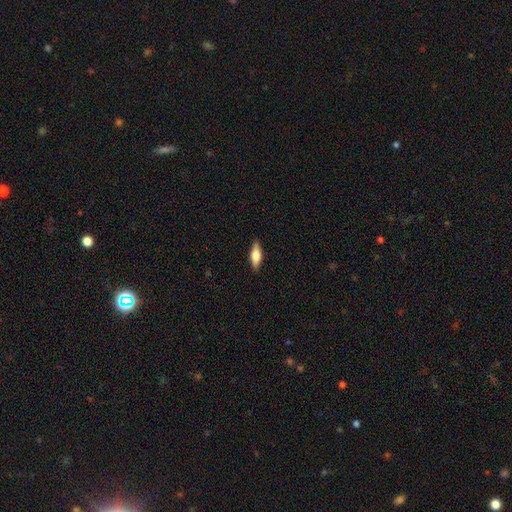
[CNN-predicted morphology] Smooth or featured? Predicted: smooth (p=0.59). How rounded? Predicted: in between (p=0.56). Merging? Predicted: none (p=0.88).